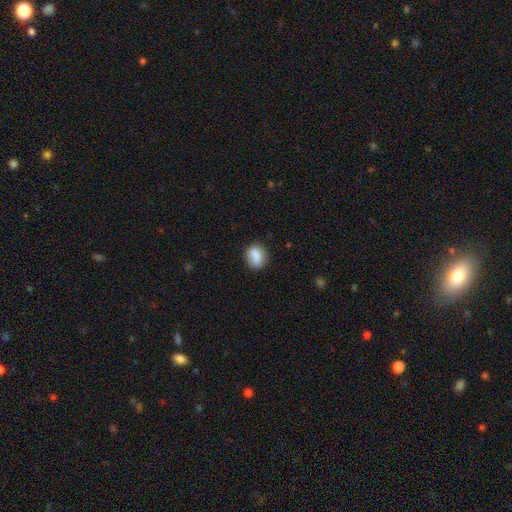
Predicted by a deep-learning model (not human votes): Smooth or featured?
  - smooth: 83% *
  - featured or disk: 9%
  - star or artifact: 8%
How rounded?
  - in between: 52% *
  - round: 46%
  - cigar-shaped: 3%
Merging?
  - none: 79% *
  - minor disturbance: 15%
  - major disturbance: 4%
  - merger: 2%